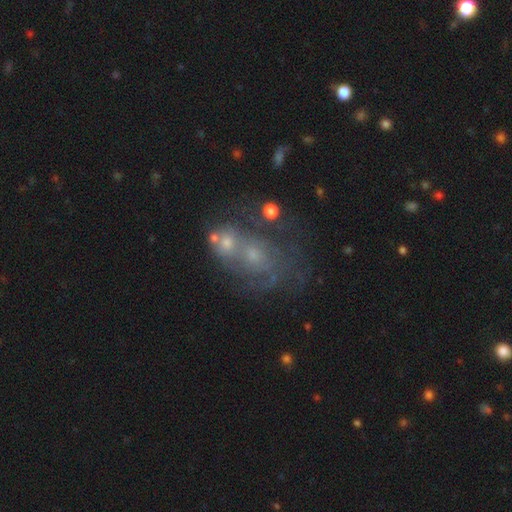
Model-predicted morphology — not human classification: Overall: featured or disk (51%; smooth 34%). Edge-on disk: no (96%). Merging: merger (32%; none 30%).